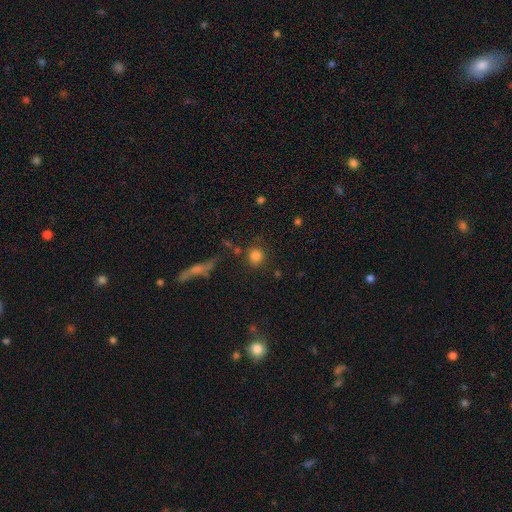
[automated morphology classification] Smooth or featured? Predicted: smooth (p=0.81). How rounded? Predicted: round (p=0.90). Merging? Predicted: none (p=0.79).